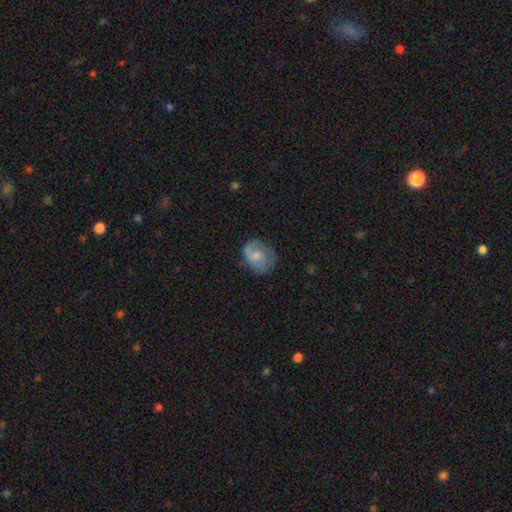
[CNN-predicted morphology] smooth 48%, featured or disk 44%, star or artifact 8%. Down the decision tree: merging — none (58%).